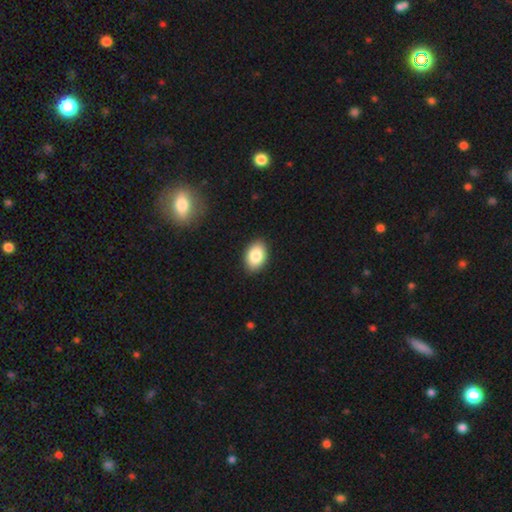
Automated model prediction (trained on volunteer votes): smooth_or_featured: smooth (p=0.85) [alt: featured or disk p=0.08]
how_rounded: in between (p=0.87) [alt: round p=0.12]
merging: none (p=0.89) [alt: minor disturbance p=0.08]